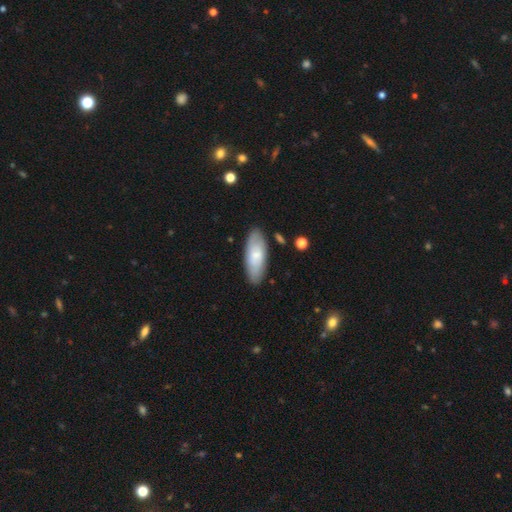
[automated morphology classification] The model was most divided on "smooth or featured": smooth: 69%, featured or disk: 25%, star or artifact: 6%. More confident: merging — none (84%); how rounded — in between (78%).